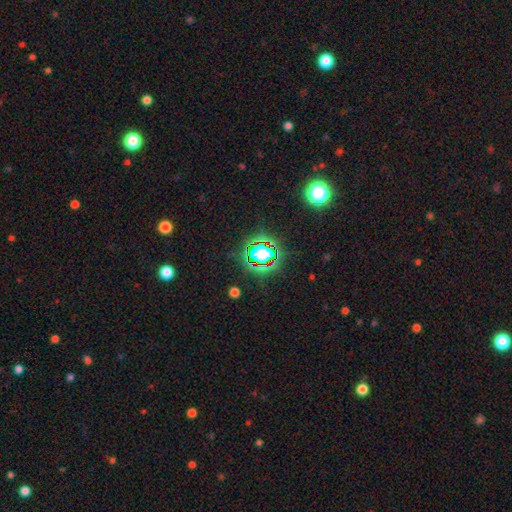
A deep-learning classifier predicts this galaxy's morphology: A star or artifact, not a galaxy (80%).